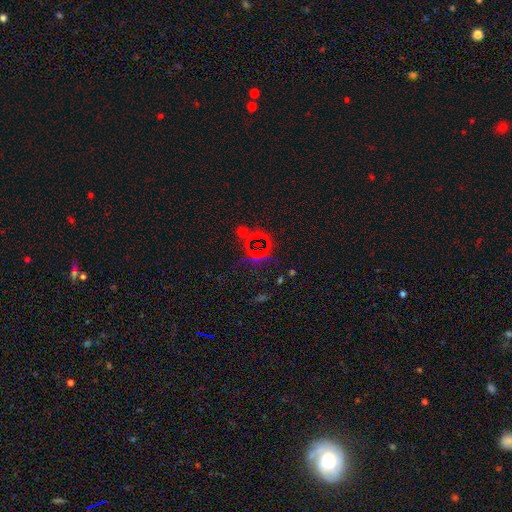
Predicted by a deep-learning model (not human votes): Smooth or featured?
  - star or artifact: 72% *
  - smooth: 19%
  - featured or disk: 9%